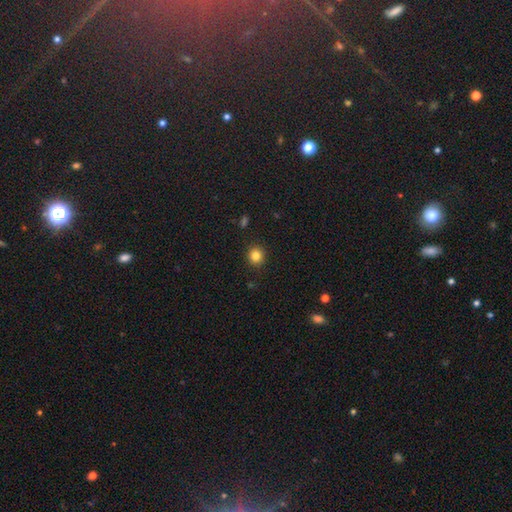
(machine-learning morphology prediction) A smooth galaxy with no disk features (83%) that is round (91%).

Vote fractions:
- Smooth or featured? smooth: 83% / star or artifact: 12% / featured or disk: 5%
- How rounded? round: 91% / in between: 8% / cigar-shaped: 1%
- Merging? none: 91% / minor disturbance: 5% / major disturbance: 2% / merger: 1%